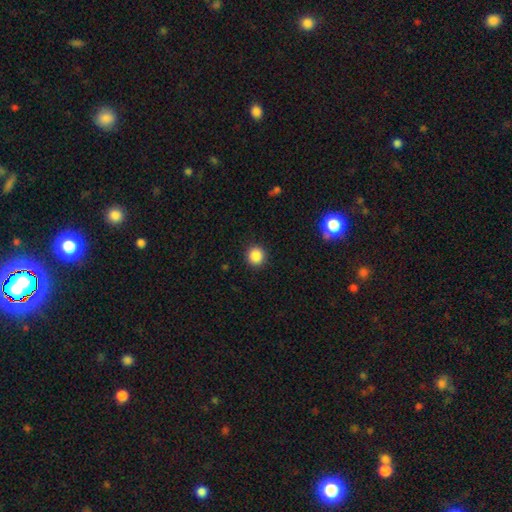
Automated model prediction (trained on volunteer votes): Smooth or featured: smooth — 86% (star or artifact — 11%)
How rounded: round — 93% (in between — 6%)
Merging: none — 92% (minor disturbance — 5%)